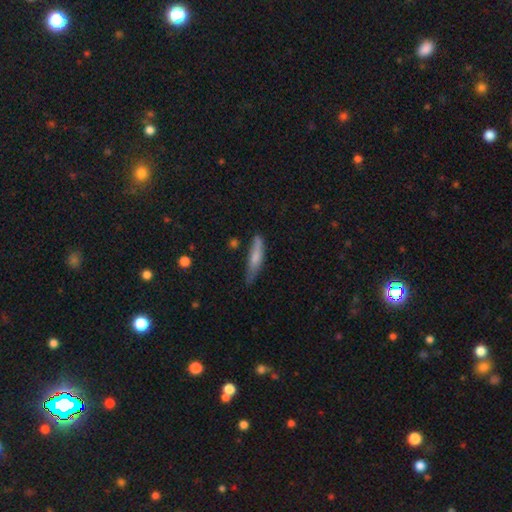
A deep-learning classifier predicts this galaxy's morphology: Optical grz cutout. It shows a smooth galaxy with no disk features (68%) that is cigar-shaped (81%). Merging: none (58%).